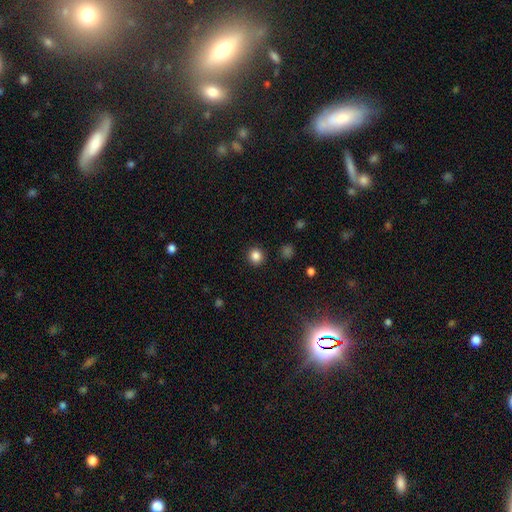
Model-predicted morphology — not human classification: smooth 85%, star or artifact 11%, featured or disk 4%. Down the decision tree: how rounded — round (90%); merging — none (92%).